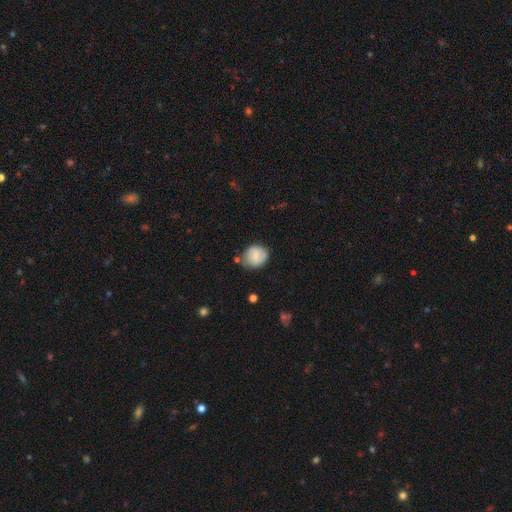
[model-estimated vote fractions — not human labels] Smooth or featured? Predicted: smooth (p=0.56). How rounded? Predicted: round (p=0.69). Merging? Predicted: none (p=0.68).